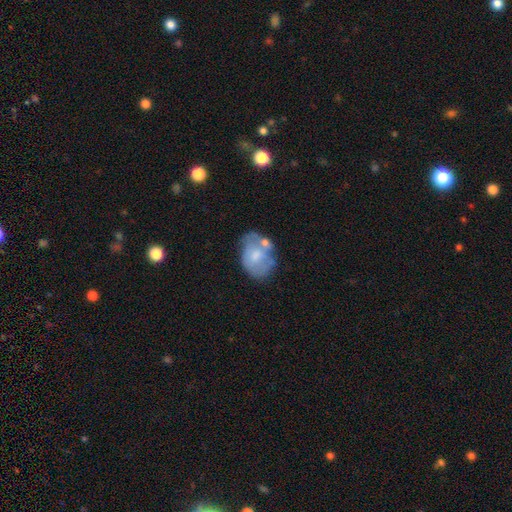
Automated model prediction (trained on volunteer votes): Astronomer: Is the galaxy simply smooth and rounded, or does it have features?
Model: smooth — 51% (runner-up: featured or disk, 42%).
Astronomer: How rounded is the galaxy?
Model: in between — 71%.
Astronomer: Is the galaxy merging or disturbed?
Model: none — 38% (runner-up: minor disturbance, 26%).